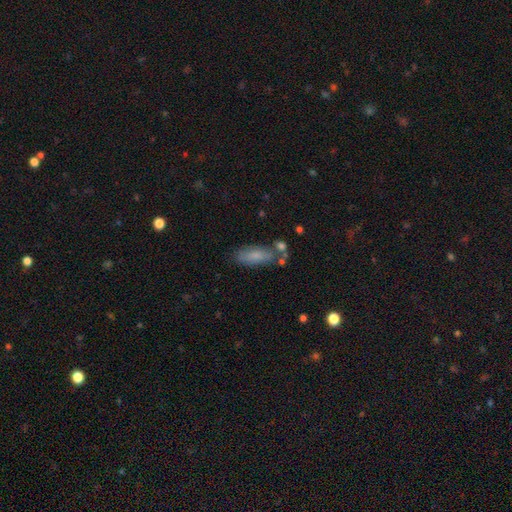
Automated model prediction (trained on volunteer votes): smooth 73%, featured or disk 19%, star or artifact 8%. Down the decision tree: how rounded — in between (65%); merging — none (62%).